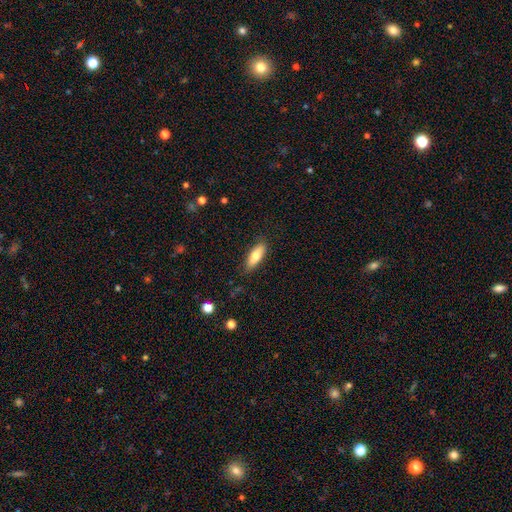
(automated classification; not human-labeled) A smooth galaxy with no disk features (75%) that is in between round and cigar-shaped (64%).

Vote fractions:
- Smooth or featured? smooth: 75% / featured or disk: 19% / star or artifact: 6%
- How rounded? in between: 64% / cigar-shaped: 34% / round: 2%
- Merging? none: 84% / minor disturbance: 12% / major disturbance: 3% / merger: 1%